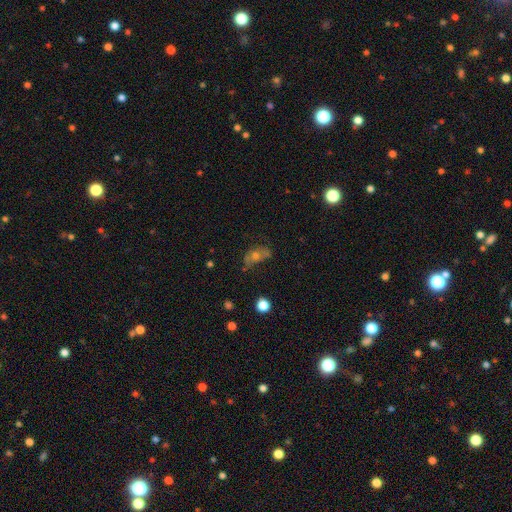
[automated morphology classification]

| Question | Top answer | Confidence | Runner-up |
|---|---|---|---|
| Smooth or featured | smooth | 39% | tied: featured or disk (39%) |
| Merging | none | 47% | minor disturbance (24%) |